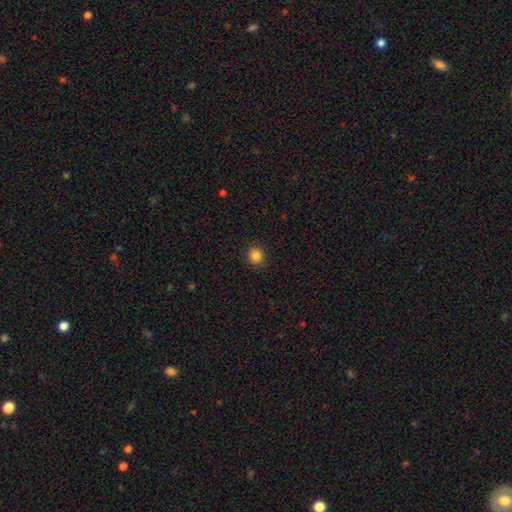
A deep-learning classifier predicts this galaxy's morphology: The model was most divided on "smooth or featured": smooth: 85%, star or artifact: 11%, featured or disk: 3%. More confident: merging — none (90%); how rounded — round (87%).